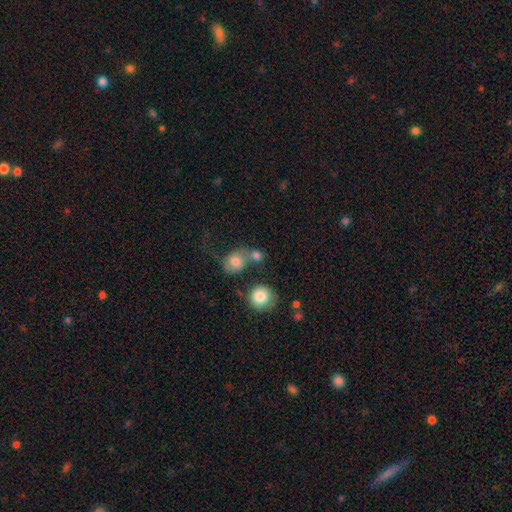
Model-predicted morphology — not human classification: Smooth or featured: smooth — 51% (featured or disk — 26%)
How rounded: round — 79% (in between — 19%)
Merging: none — 47% (merger — 27%)